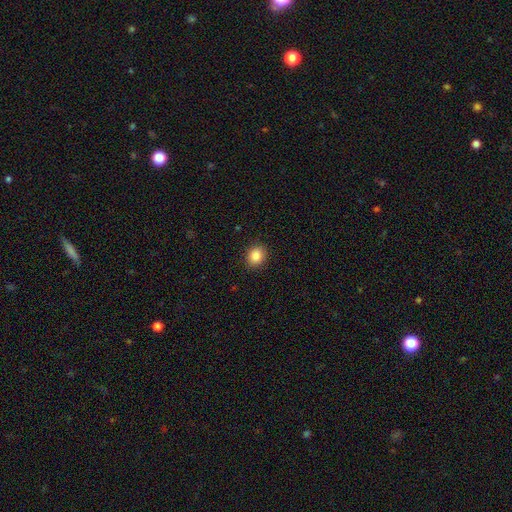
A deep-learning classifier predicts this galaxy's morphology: The model was most divided on "how rounded": round: 67%, in between: 32%, cigar-shaped: 1%. More confident: merging — none (90%); smooth or featured — smooth (87%).